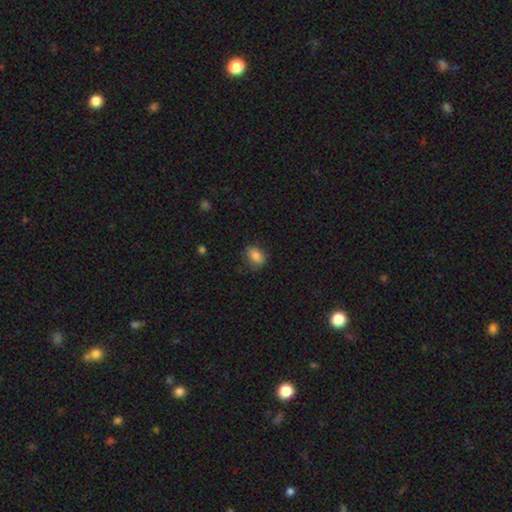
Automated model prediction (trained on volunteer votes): Smooth or featured: smooth — 83% (star or artifact — 9%)
How rounded: in between — 78% (round — 20%)
Merging: none — 70% (minor disturbance — 22%)